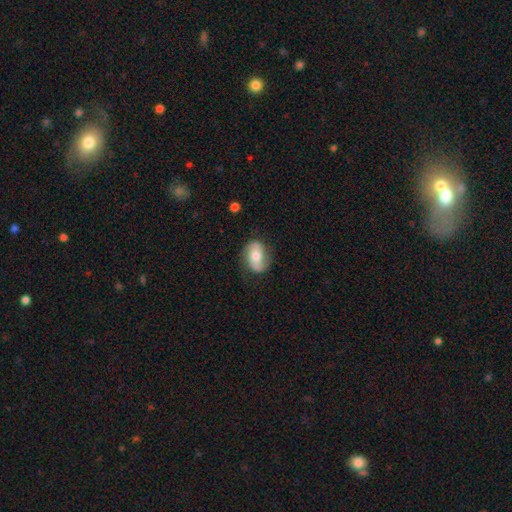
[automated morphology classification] A featured or disk galaxy (47%). Merging: none (74%).